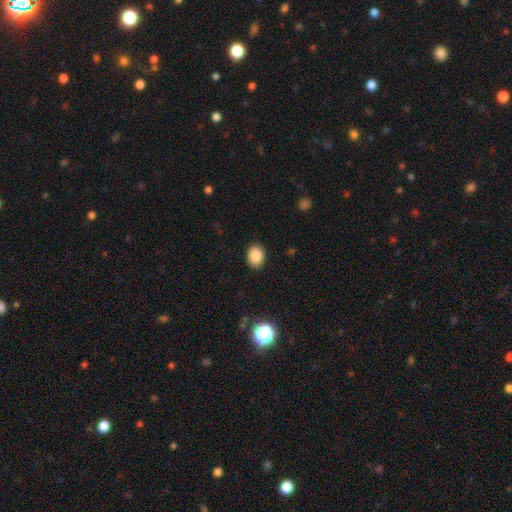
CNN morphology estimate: The model was most divided on "how rounded": in between: 65%, round: 34%, cigar-shaped: 1%. More confident: merging — none (89%); smooth or featured — smooth (87%).